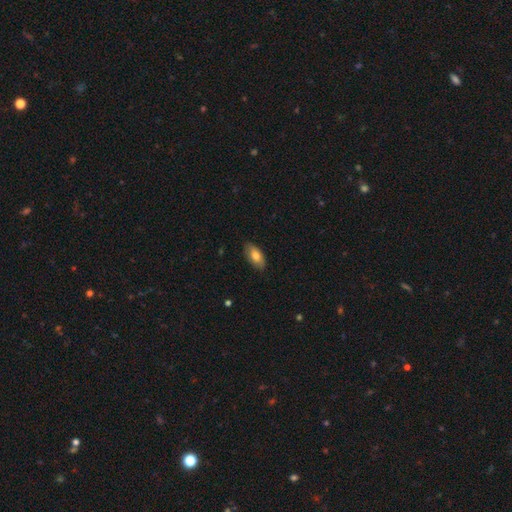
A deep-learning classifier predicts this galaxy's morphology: smooth_or_featured: smooth (p=0.74) [alt: featured or disk p=0.19]
how_rounded: in between (p=0.92) [alt: cigar-shaped p=0.05]
merging: none (p=0.84) [alt: minor disturbance p=0.13]